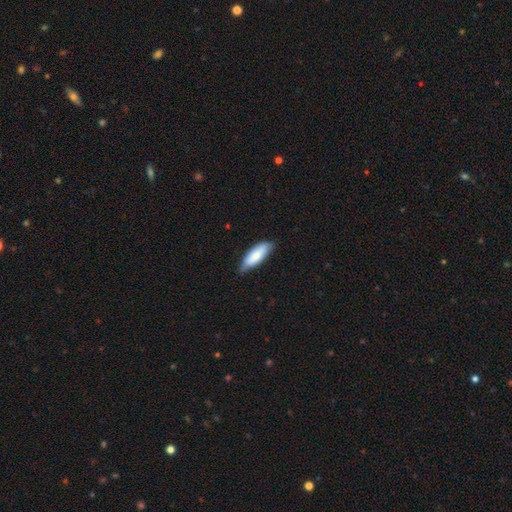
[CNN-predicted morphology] smooth 82%, featured or disk 13%, star or artifact 5%. Down the decision tree: how rounded — in between (67%); merging — none (68%).